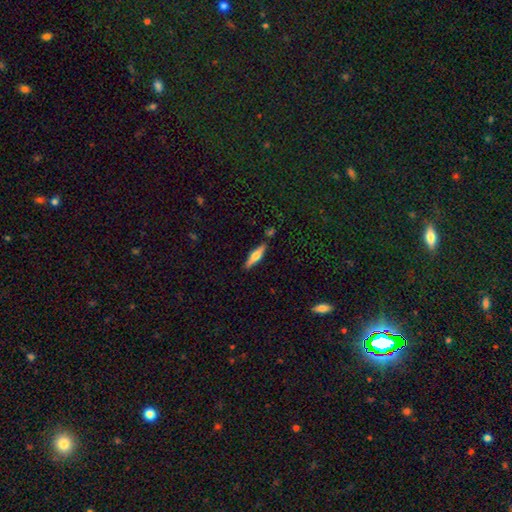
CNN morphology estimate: Smooth or featured? featured or disk (52%)
Edge-on disk? yes (94%)
Merging? none (86%)